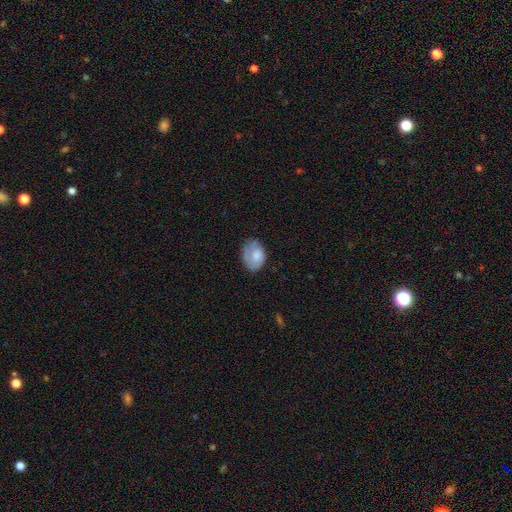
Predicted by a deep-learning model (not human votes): smooth-or-featured: smooth: 65% | featured or disk: 28% | star or artifact: 7%
  how-rounded: in between: 75% | round: 24% | cigar-shaped: 1%
  merging: none: 55% | minor disturbance: 30% | major disturbance: 13% | merger: 2%